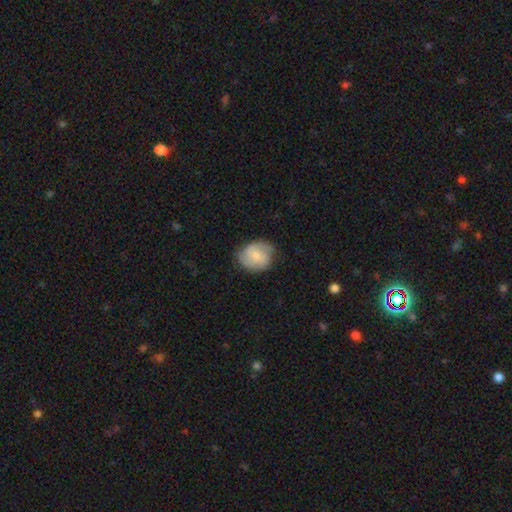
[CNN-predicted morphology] A smooth galaxy with no disk features (47%). Merging: none (72%).